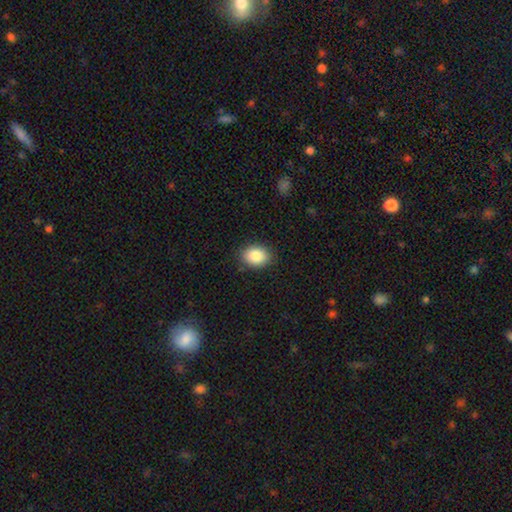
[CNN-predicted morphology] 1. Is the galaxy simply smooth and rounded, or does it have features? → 85% smooth, 8% star or artifact, 7% featured or disk.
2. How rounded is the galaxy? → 61% in between, 38% round, 1% cigar-shaped.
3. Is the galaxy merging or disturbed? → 87% none, 10% minor disturbance, 2% major disturbance, 1% merger.